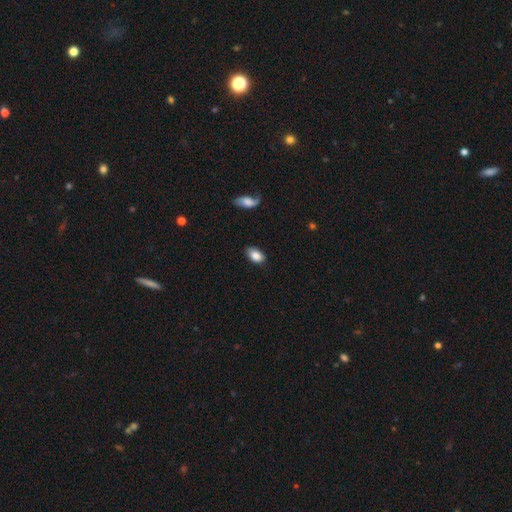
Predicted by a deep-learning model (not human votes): Smooth or featured? Predicted: smooth (p=0.86). How rounded? Predicted: in between (p=0.90). Merging? Predicted: none (p=0.80).